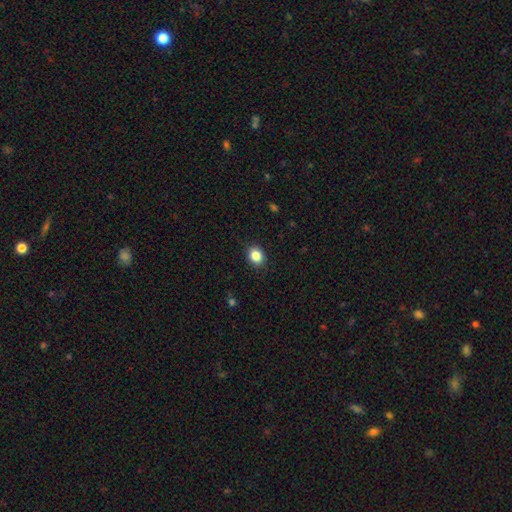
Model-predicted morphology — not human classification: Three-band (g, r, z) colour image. It shows a smooth galaxy with no disk features (86%) that is round (58%). Merging: none (90%).